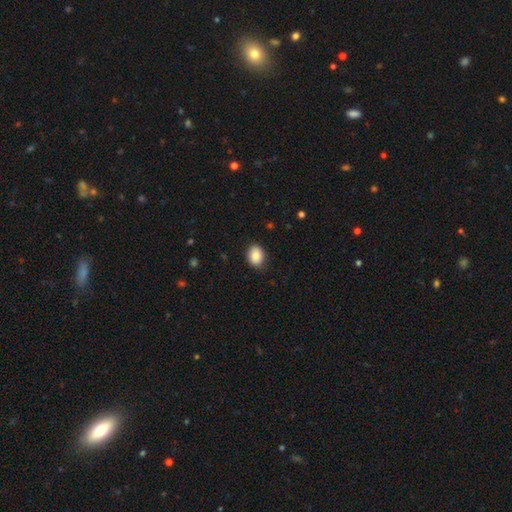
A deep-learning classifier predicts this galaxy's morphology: smooth-or-featured: smooth: 88% | star or artifact: 8% | featured or disk: 5%
  how-rounded: in between: 64% | round: 35% | cigar-shaped: 1%
  merging: none: 87% | minor disturbance: 10% | major disturbance: 2% | merger: 1%